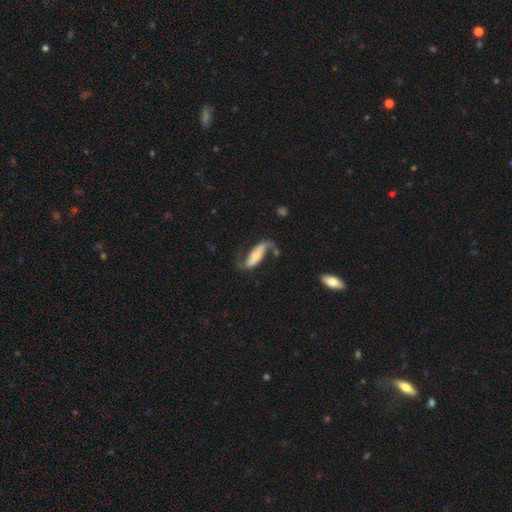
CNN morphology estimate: Smooth or featured? Predicted: featured or disk (p=0.63). Edge-on disk? Predicted: no (p=0.81). Bar? Predicted: no (p=0.40). Spiral arms? Predicted: yes (p=0.84). Bulge size? Predicted: moderate (p=0.46). Merging? Predicted: none (p=0.49).